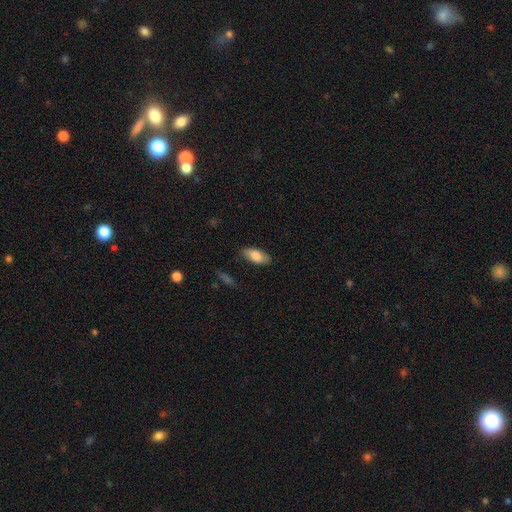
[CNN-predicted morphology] Overall: smooth (83%). How rounded: in between (88%). Merging: none (82%).